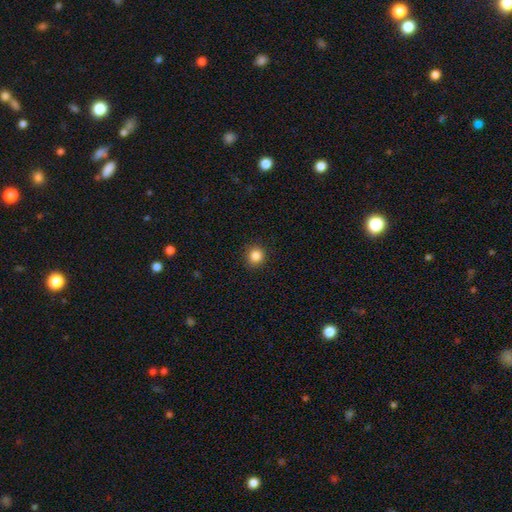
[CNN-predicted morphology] A smooth galaxy with no disk features (85%) that is round (91%).

Vote fractions:
- Smooth or featured? smooth: 85% / star or artifact: 11% / featured or disk: 4%
- How rounded? round: 91% / in between: 8% / cigar-shaped: 1%
- Merging? none: 91% / minor disturbance: 6% / major disturbance: 2% / merger: 1%